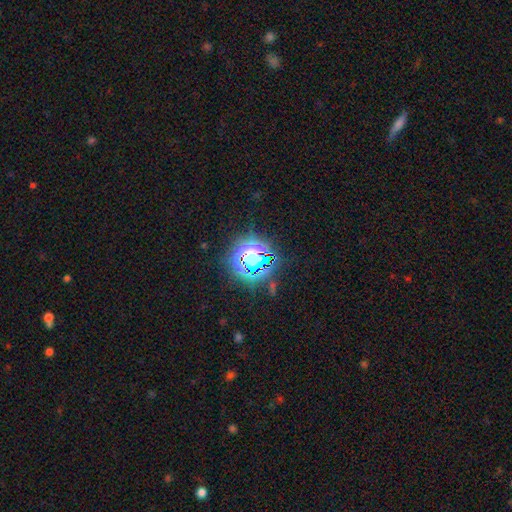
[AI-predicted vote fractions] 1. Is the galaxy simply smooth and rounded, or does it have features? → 67% star or artifact, 23% smooth, 10% featured or disk.